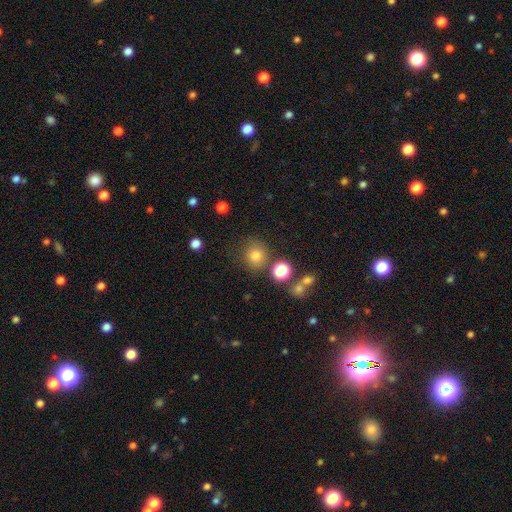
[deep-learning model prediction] This appears to be a smooth galaxy with no disk features (78%) that is round (88%). Merging: none (77%).